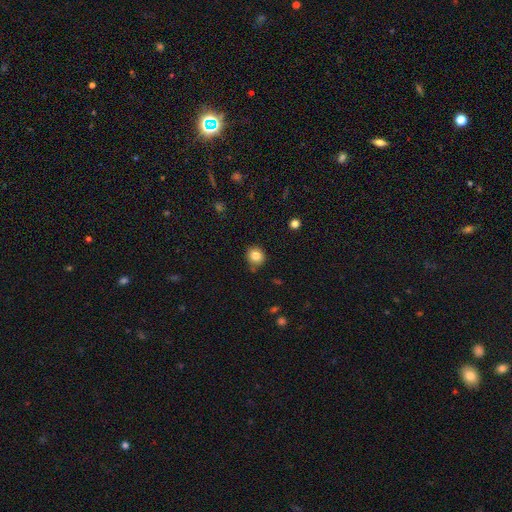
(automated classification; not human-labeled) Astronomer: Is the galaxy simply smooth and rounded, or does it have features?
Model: smooth — 84%.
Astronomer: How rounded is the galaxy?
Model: round — 85%.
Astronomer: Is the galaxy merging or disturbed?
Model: none — 82%.